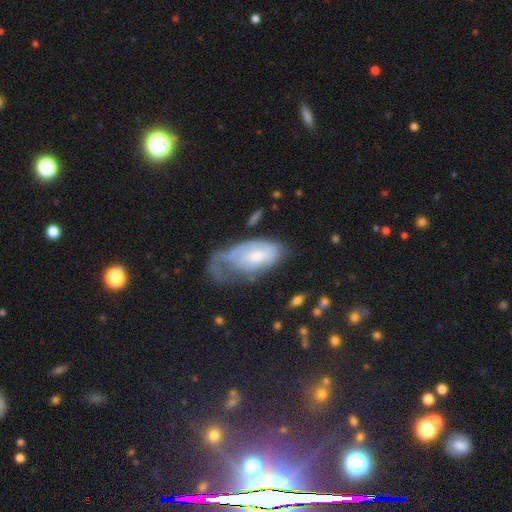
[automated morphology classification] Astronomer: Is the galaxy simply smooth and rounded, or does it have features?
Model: featured or disk — 51% (runner-up: smooth, 43%).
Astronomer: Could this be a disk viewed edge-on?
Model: no — 92%.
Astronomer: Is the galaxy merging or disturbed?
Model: major disturbance — 47% (runner-up: minor disturbance, 28%).